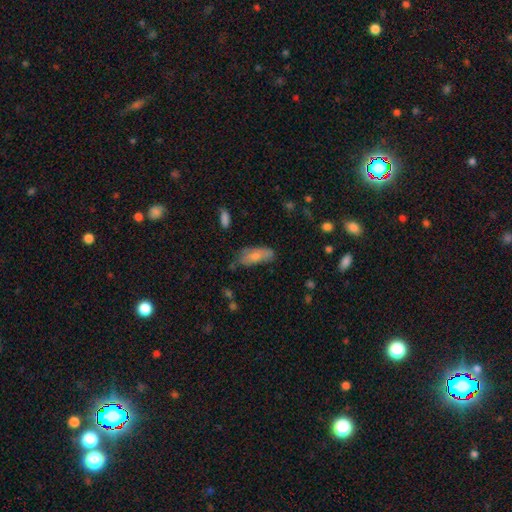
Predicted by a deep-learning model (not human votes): A smooth galaxy with no disk features (72%) that is in between round and cigar-shaped (76%).

Vote fractions:
- Smooth or featured? smooth: 72% / featured or disk: 21% / star or artifact: 7%
- How rounded? in between: 76% / cigar-shaped: 21% / round: 2%
- Merging? none: 51% / minor disturbance: 33% / major disturbance: 11% / merger: 5%